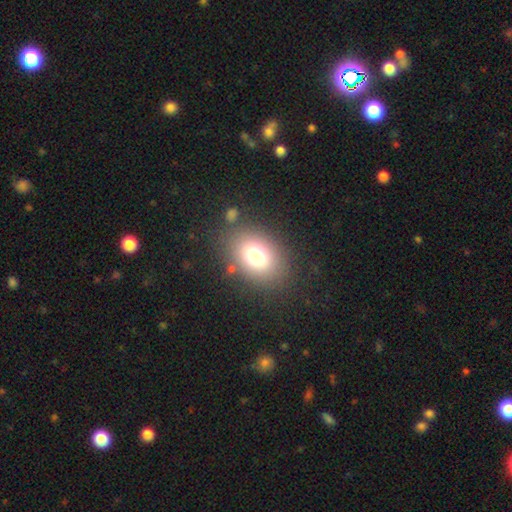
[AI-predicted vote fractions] This appears to be a smooth galaxy with no disk features (76%) that is in between round and cigar-shaped (71%). Merging: none (79%).